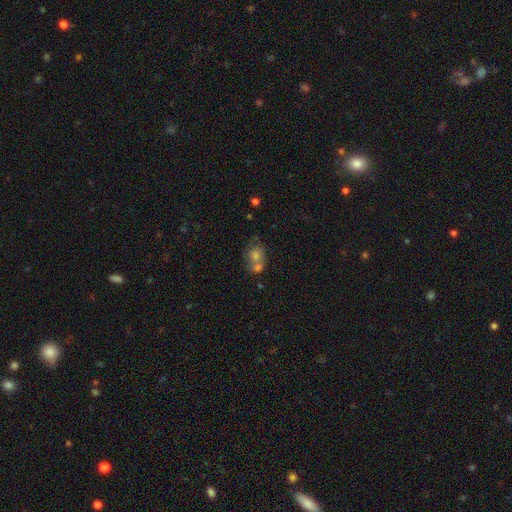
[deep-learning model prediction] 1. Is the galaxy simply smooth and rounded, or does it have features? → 64% smooth, 22% featured or disk, 15% star or artifact.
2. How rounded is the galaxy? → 65% round, 34% in between, 1% cigar-shaped.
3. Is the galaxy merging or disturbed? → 51% merger, 35% none, 9% minor disturbance, 4% major disturbance.